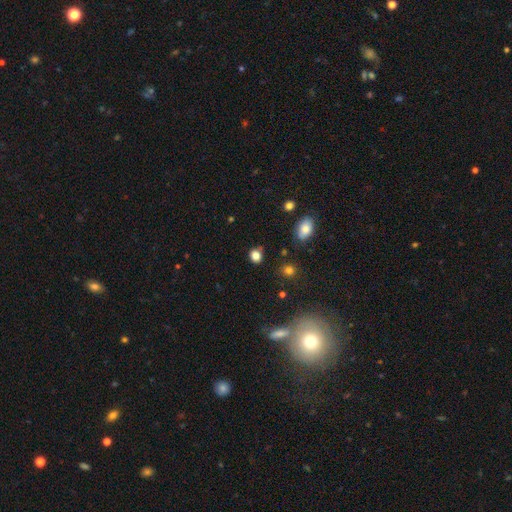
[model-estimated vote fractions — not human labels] Smooth or featured? Predicted: smooth (p=0.82). How rounded? Predicted: round (p=0.67). Merging? Predicted: none (p=0.79).